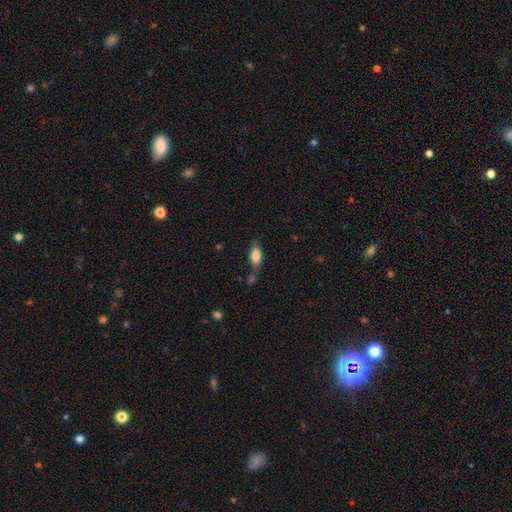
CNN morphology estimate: Smooth or featured? Predicted: smooth (p=0.80). How rounded? Predicted: in between (p=0.81). Merging? Predicted: none (p=0.47).